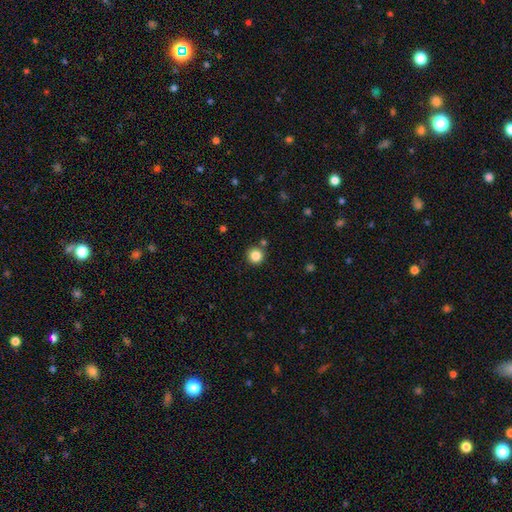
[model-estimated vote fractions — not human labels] This appears to be a smooth galaxy with no disk features (85%) that is round (95%). Merging: none (86%).